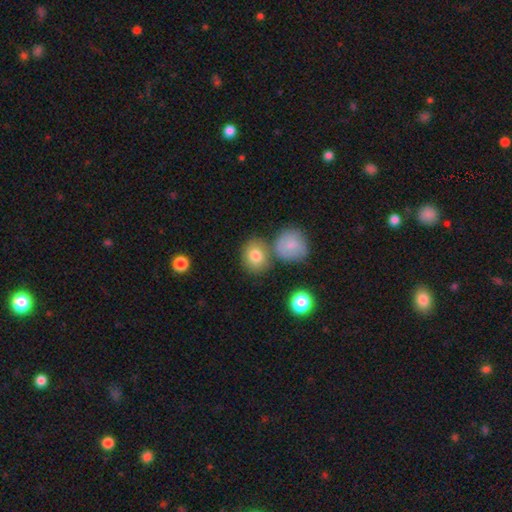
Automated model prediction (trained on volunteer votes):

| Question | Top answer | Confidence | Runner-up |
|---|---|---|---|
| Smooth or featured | smooth | 81% | featured or disk (10%) |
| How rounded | round | 68% | in between (31%) |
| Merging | none | 66% | merger (19%) |